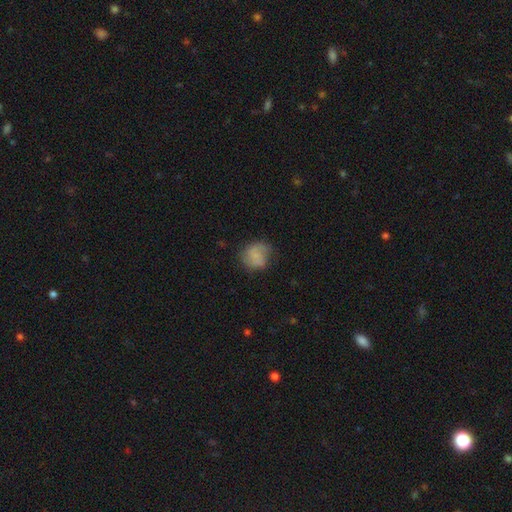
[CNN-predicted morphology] smooth 61%, featured or disk 30%, star or artifact 9%. Down the decision tree: how rounded — round (77%); merging — none (66%).